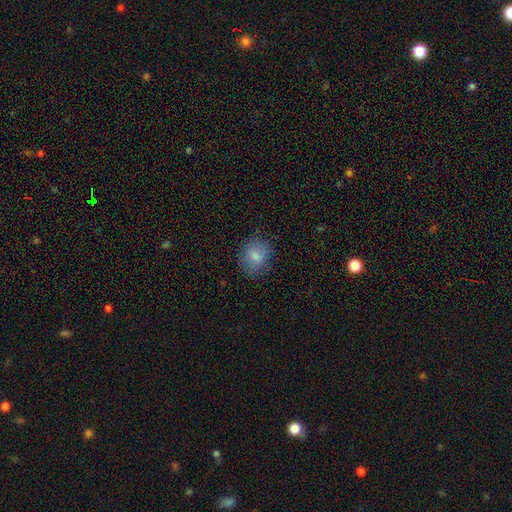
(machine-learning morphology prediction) This is clearly a smooth galaxy (80%). How rounded: likely round (62%). Merging: likely none (80%).